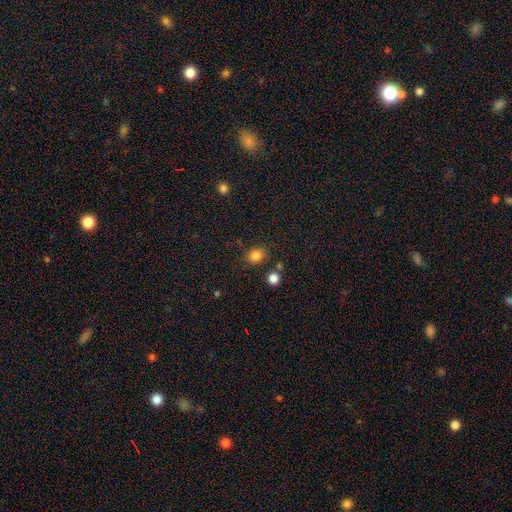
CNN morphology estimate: type=smooth (84%); roundness=round (73%); merging=none (82%).